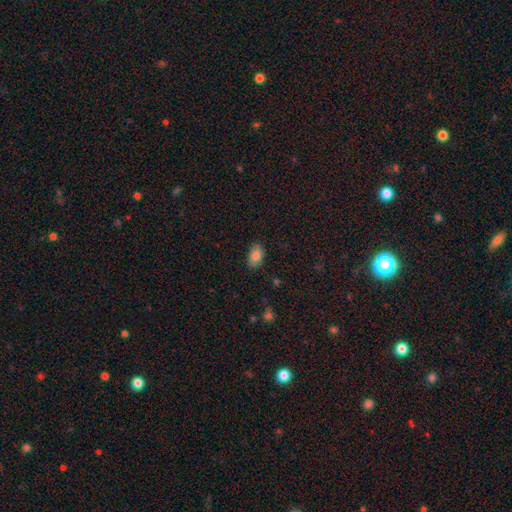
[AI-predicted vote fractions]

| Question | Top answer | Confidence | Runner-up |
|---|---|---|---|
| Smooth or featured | smooth | 85% | star or artifact (8%) |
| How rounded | in between | 91% | round (7%) |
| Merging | none | 84% | minor disturbance (12%) |